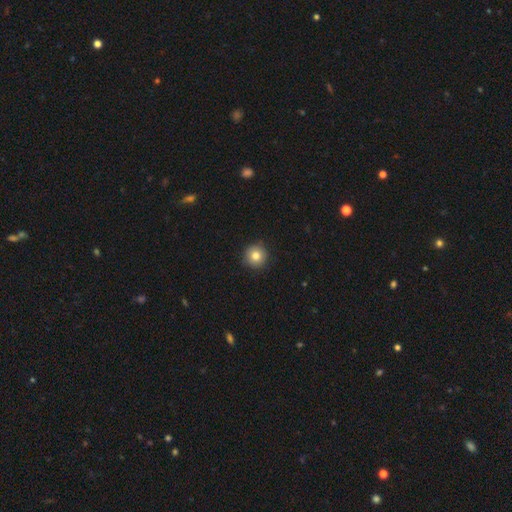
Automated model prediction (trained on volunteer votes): Overall: smooth (81%). How rounded: round (96%). Merging: none (92%).